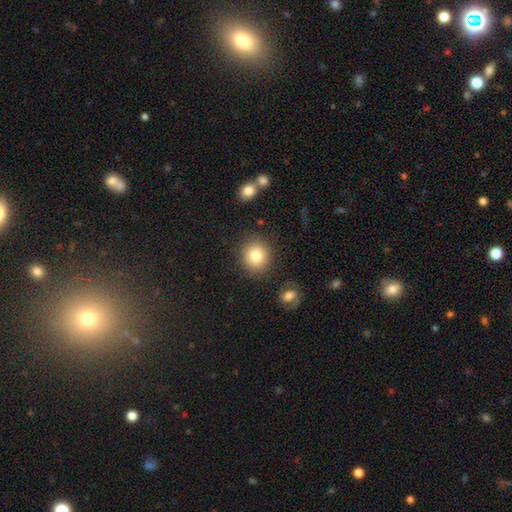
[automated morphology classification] This is clearly a smooth galaxy (83%). How rounded: clearly round (80%). Merging: clearly none (85%).